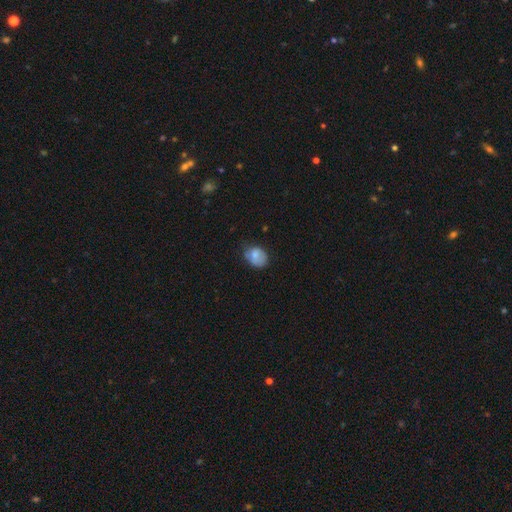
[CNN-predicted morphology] This is likely a smooth galaxy (77%). How rounded: possibly in between (59%). Merging: possibly none (52%).